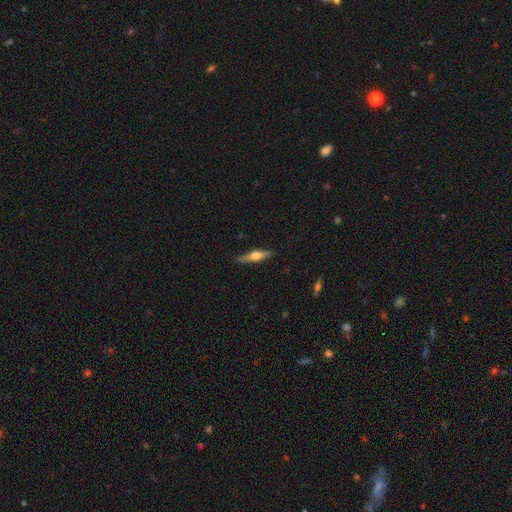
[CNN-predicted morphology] Smooth or featured? featured or disk (63%)
Edge-on disk? yes (97%)
Edge-on bulge? rounded (90%)
Merging? none (87%)